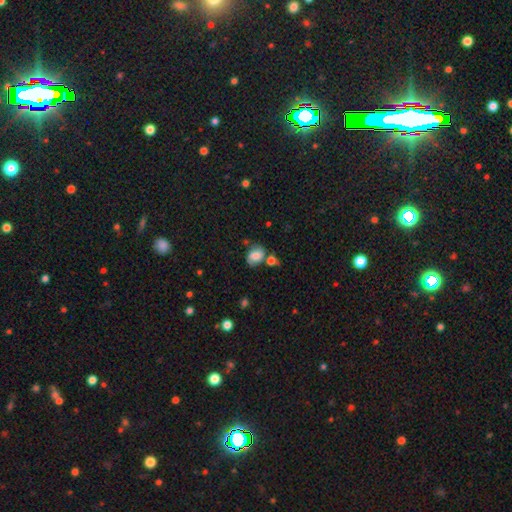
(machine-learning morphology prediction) Overall: smooth (60%; featured or disk 29%). How rounded: in between (65%; round 34%). Merging: none (57%; minor disturbance 22%).